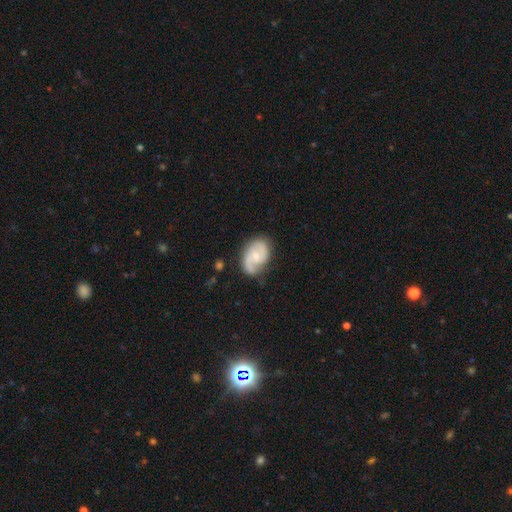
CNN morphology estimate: A featured or disk galaxy (72%) with no bar (58%), 2 (72%) medium (45%) spiral arms (92%) and a small central bulge (57%).

Vote fractions:
- Smooth or featured? featured or disk: 72% / smooth: 23% / star or artifact: 6%
- Edge-on disk? no: 97% / yes: 3%
- Bar? no: 58% / weak: 36% / strong: 6%
- Spiral arms? yes: 92% / no: 8%
- Spiral winding? medium: 45% / tight: 30% / loose: 25%
- Spiral arm count? 2: 72% / 1: 15% / can't tell: 9% / 3: 2% / 4: 1% / more than 4: 1%
- Bulge size? small: 57% / moderate: 37% / none: 4% / large: 2% / dominant: 1%
- Merging? none: 64% / minor disturbance: 25% / major disturbance: 9% / merger: 2%